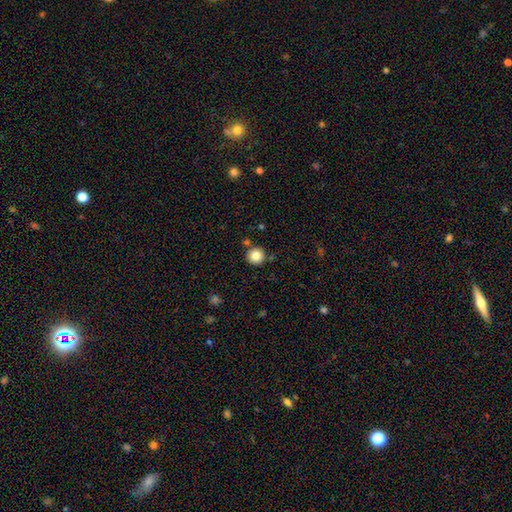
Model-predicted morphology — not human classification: This appears to be a smooth galaxy with no disk features (83%) that is round (95%). Merging: none (87%).